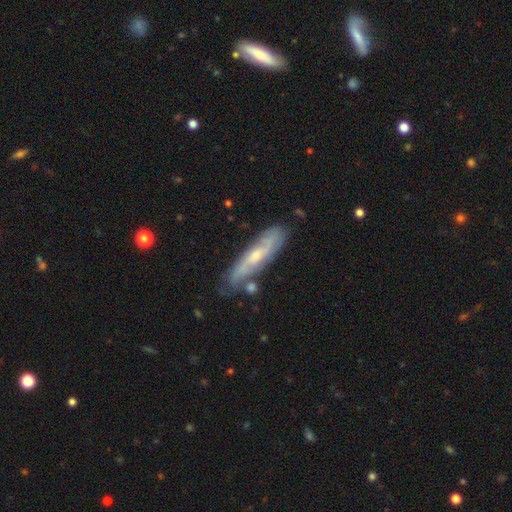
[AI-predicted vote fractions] Q: Smooth or featured?
A: featured or disk (67%); runner-up: smooth (27%)
Q: Edge-on disk?
A: no (60%); runner-up: yes (40%)
Q: Merging?
A: none (72%); runner-up: minor disturbance (18%)